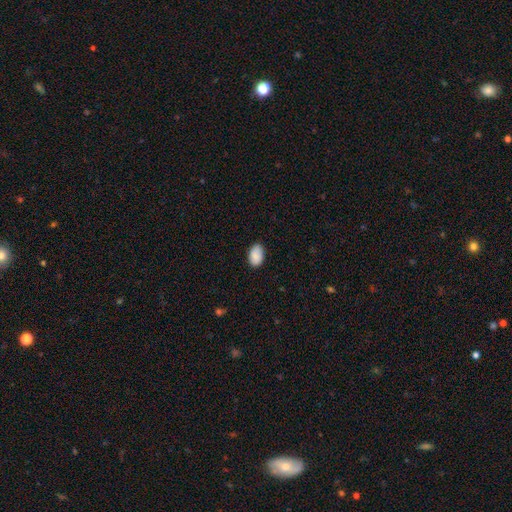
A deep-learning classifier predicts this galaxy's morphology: A smooth galaxy with no disk features (88%) that is in between round and cigar-shaped (92%). Merging: none (85%).